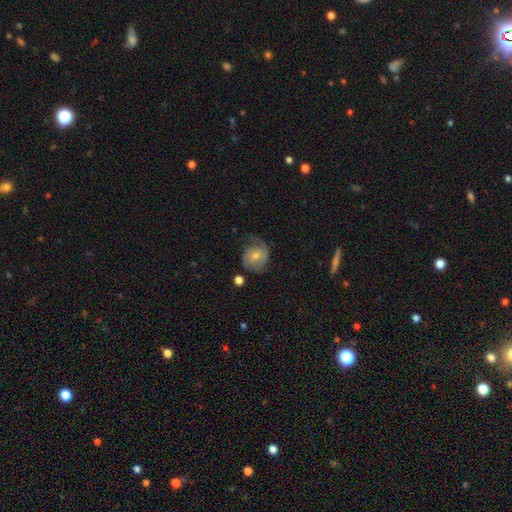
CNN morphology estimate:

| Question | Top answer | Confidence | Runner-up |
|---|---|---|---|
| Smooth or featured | smooth | 49% | featured or disk (44%) |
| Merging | none | 48% | minor disturbance (31%) |